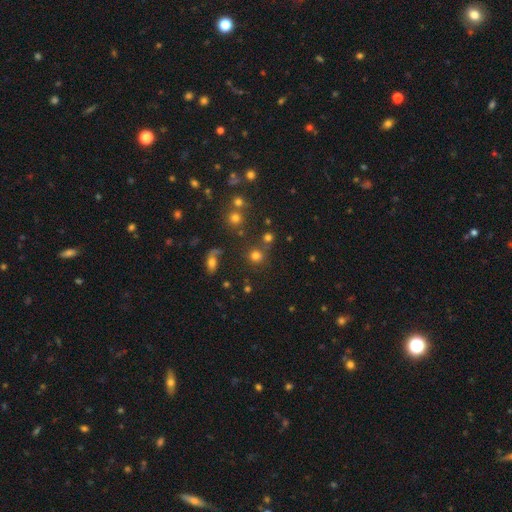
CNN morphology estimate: smooth-or-featured: smooth: 74% | star or artifact: 19% | featured or disk: 8%
  how-rounded: round: 88% | in between: 11% | cigar-shaped: 1%
  merging: none: 71% | merger: 14% | minor disturbance: 10% | major disturbance: 5%